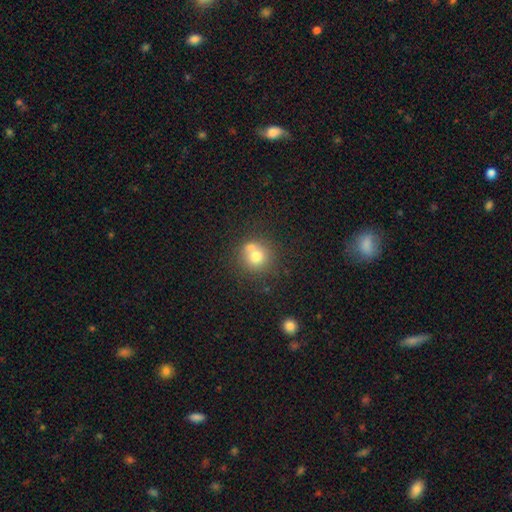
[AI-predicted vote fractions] smooth-or-featured: smooth: 73% | featured or disk: 15% | star or artifact: 12%
  how-rounded: round: 90% | in between: 9% | cigar-shaped: 1%
  merging: none: 53% | merger: 32% | minor disturbance: 11% | major disturbance: 4%